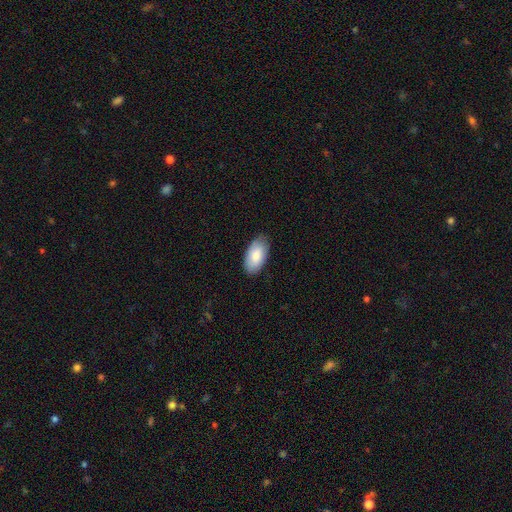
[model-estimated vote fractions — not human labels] Q: Smooth or featured?
A: smooth (83%); runner-up: featured or disk (11%)
Q: How rounded?
A: in between (96%); runner-up: round (3%)
Q: Merging?
A: none (81%); runner-up: minor disturbance (16%)